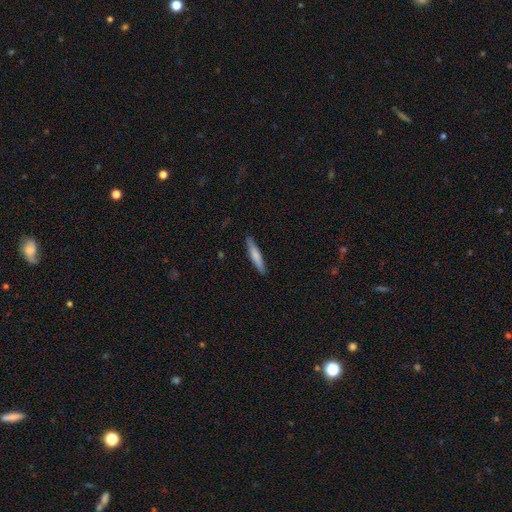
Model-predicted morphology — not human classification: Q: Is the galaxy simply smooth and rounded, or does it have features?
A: smooth — 73%.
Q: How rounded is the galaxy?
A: cigar-shaped — 91%.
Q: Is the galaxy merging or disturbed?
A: none — 90%.